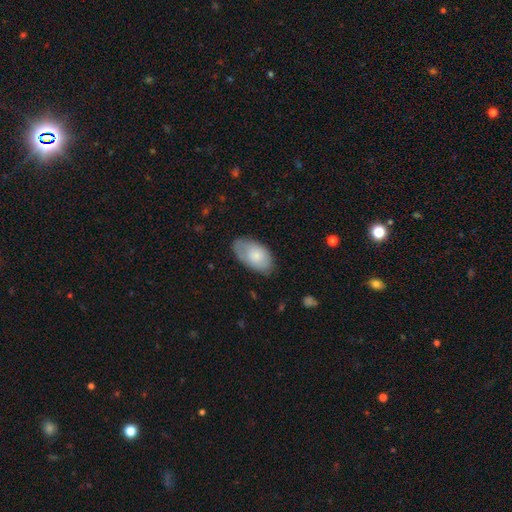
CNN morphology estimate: type=smooth (76%); roundness=in between (95%); merging=none (66%).